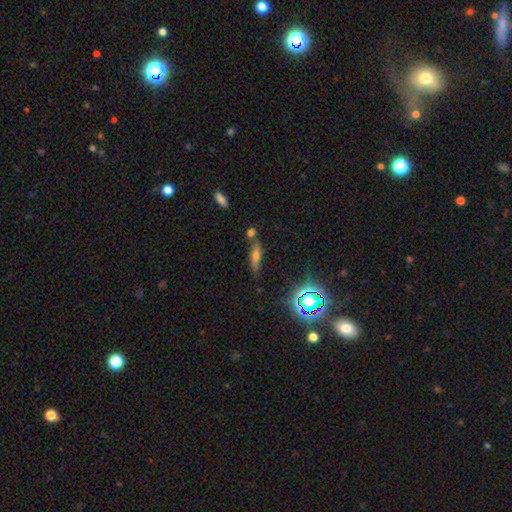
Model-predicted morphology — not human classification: Overall: smooth (52%; featured or disk 27%). How rounded: cigar-shaped (62%; in between 33%). Merging: none (65%).